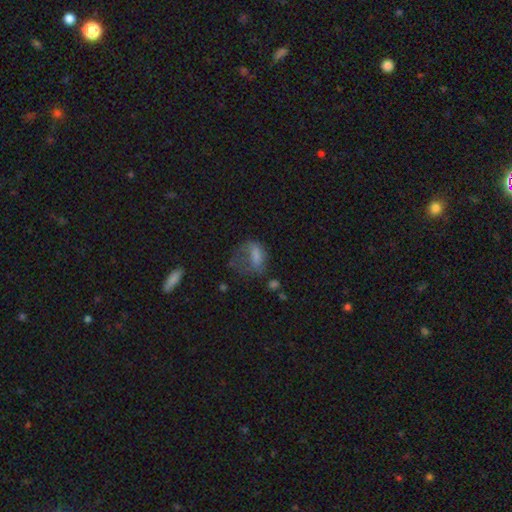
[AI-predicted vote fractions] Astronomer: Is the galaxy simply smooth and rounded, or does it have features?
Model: smooth — 63%.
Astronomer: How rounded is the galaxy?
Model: in between — 78%.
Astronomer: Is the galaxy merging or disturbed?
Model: major disturbance — 54%.